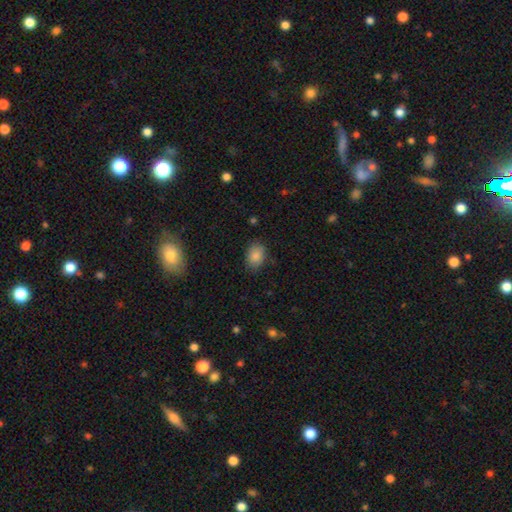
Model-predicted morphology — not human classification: This appears to be a smooth galaxy with no disk features (87%) that is in between round and cigar-shaped (74%). Merging: none (82%).